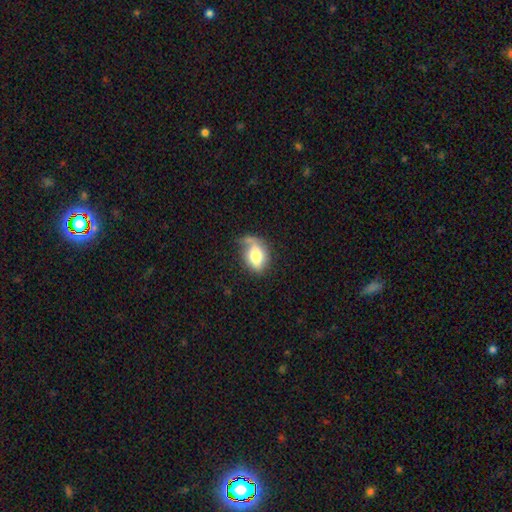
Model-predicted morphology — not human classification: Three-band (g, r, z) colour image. It shows a smooth galaxy with no disk features (68%) that is in between round and cigar-shaped (78%). Merging: none (41%).